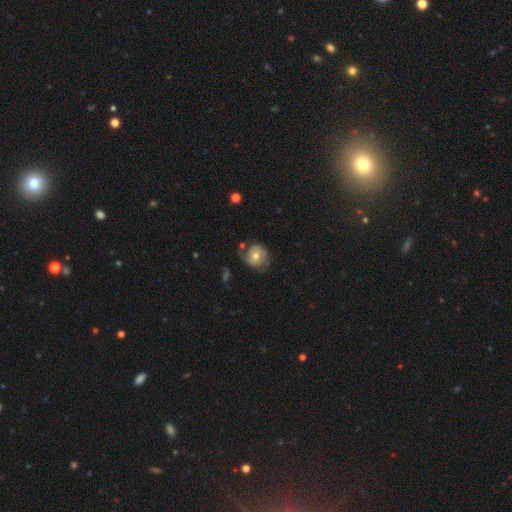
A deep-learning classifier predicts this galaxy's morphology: A smooth galaxy with no disk features (49%). Merging: none (57%).